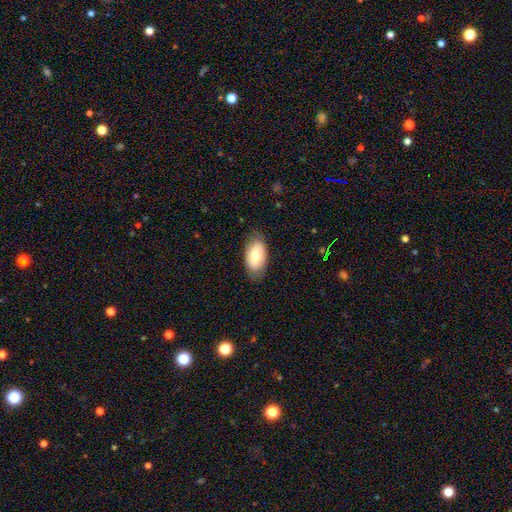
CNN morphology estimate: Smooth or featured?
  - smooth: 71% *
  - featured or disk: 23%
  - star or artifact: 6%
How rounded?
  - in between: 94% *
  - round: 4%
  - cigar-shaped: 2%
Merging?
  - none: 80% *
  - minor disturbance: 15%
  - major disturbance: 3%
  - merger: 1%